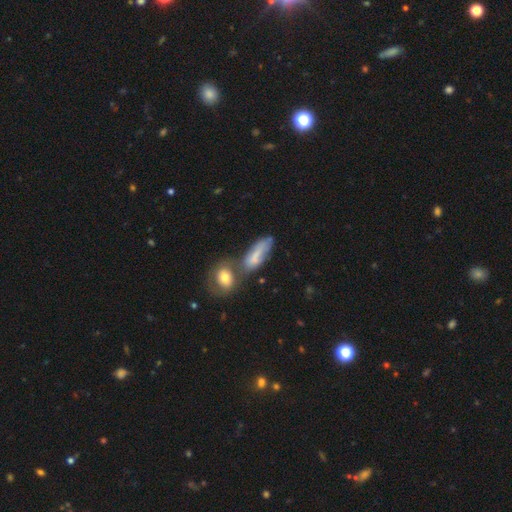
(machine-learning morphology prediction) smooth_or_featured: smooth (p=0.66) [alt: featured or disk p=0.26]
how_rounded: in between (p=0.65) [alt: cigar-shaped p=0.30]
merging: merger (p=0.39) [alt: none p=0.31]